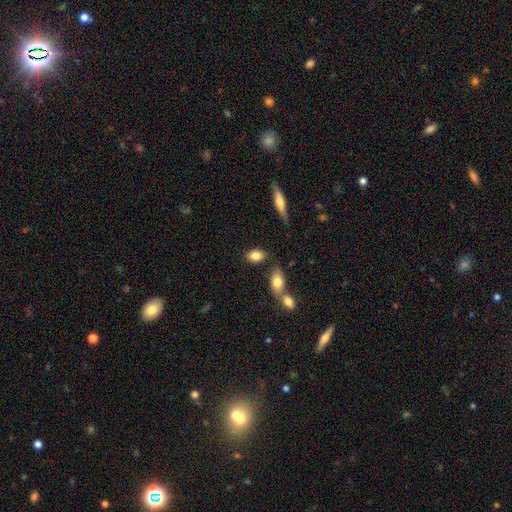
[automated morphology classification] This appears to be a smooth galaxy with no disk features (83%) that is in between round and cigar-shaped (84%). Merging: none (77%).